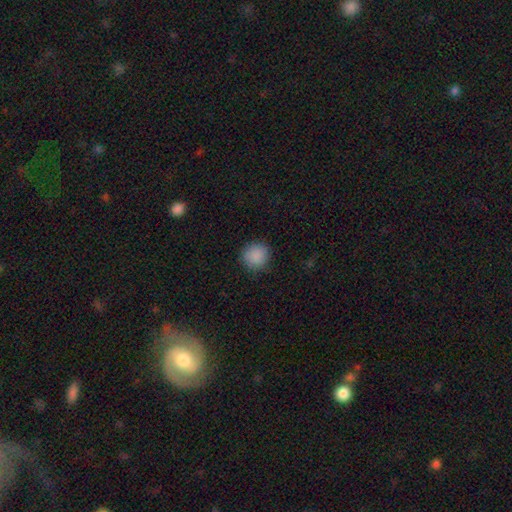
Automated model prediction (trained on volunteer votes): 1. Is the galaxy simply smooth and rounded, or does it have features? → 89% smooth, 8% star or artifact, 3% featured or disk.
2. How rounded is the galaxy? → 91% round, 8% in between, 1% cigar-shaped.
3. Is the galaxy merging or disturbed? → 89% none, 8% minor disturbance, 2% major disturbance, 1% merger.